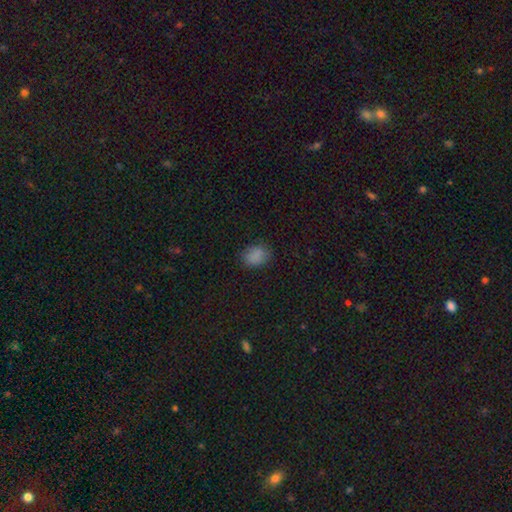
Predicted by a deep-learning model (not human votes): Smooth or featured: smooth — 84% (star or artifact — 12%)
How rounded: in between — 61% (round — 38%)
Merging: none — 80% (minor disturbance — 15%)